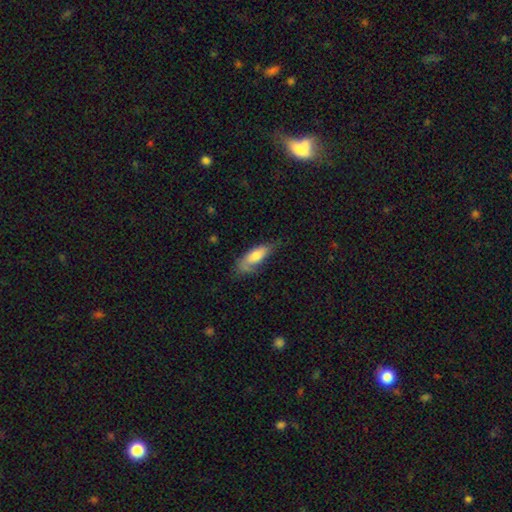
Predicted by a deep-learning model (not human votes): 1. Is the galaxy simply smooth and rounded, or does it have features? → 69% smooth, 25% featured or disk, 6% star or artifact.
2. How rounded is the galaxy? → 68% in between, 30% cigar-shaped, 2% round.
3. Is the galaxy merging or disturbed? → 52% none, 32% minor disturbance, 13% major disturbance, 3% merger.